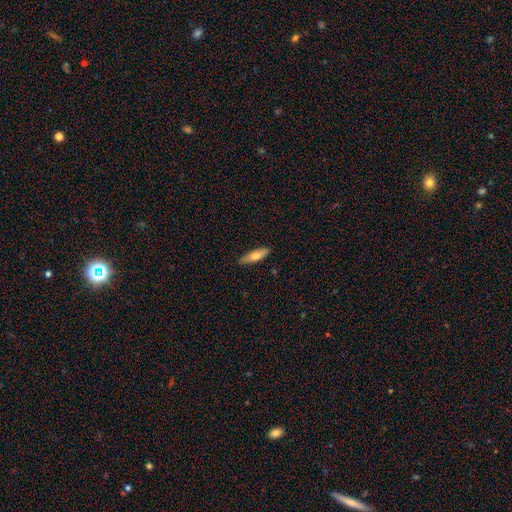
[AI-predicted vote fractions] Smooth or featured: smooth — 63% (featured or disk — 32%)
How rounded: cigar-shaped — 67% (in between — 31%)
Merging: none — 89% (minor disturbance — 9%)